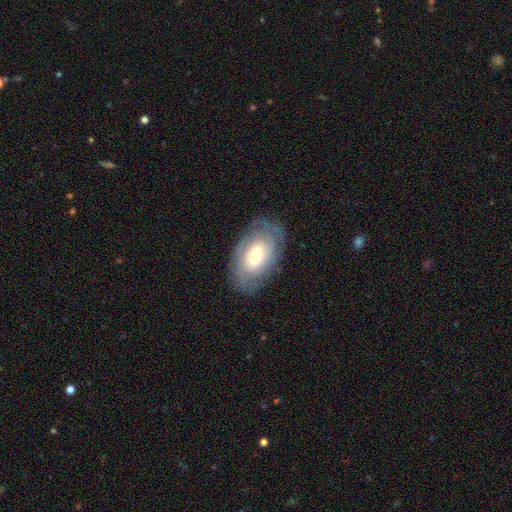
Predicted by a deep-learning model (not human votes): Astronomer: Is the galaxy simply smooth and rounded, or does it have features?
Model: featured or disk — 53% (runner-up: smooth, 40%).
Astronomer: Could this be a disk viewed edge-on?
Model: no — 92%.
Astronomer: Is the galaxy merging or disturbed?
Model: none — 79%.